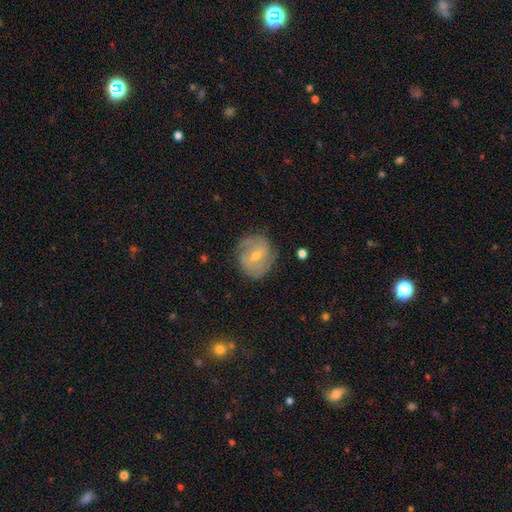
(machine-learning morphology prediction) Smooth or featured: featured or disk — 71% (smooth — 21%)
Edge-on disk: no — 97% (yes — 3%)
Bar: weak — 50% (no — 35%)
Spiral arms: yes — 86% (no — 14%)
Spiral winding: tight — 50% (medium — 36%)
Spiral arm count: 2 — 47% (can't tell — 30%)
Bulge size: moderate — 49% (small — 48%)
Merging: none — 76% (minor disturbance — 17%)